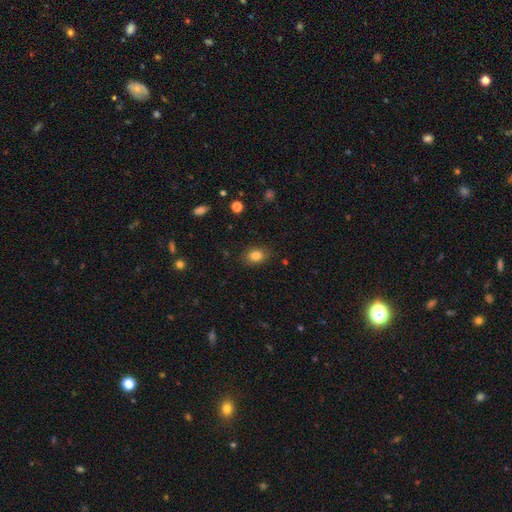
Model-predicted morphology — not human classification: The model was most divided on "how rounded": in between: 73%, round: 25%, cigar-shaped: 1%. More confident: smooth or featured — smooth (83%); merging — none (83%).